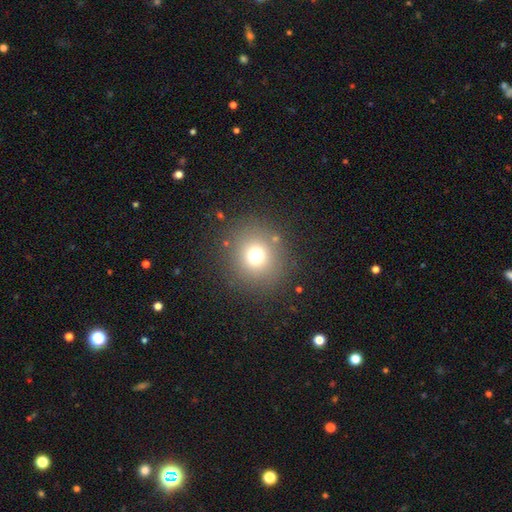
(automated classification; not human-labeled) This appears to be a smooth galaxy with no disk features (72%) that is round (91%). Merging: none (86%).